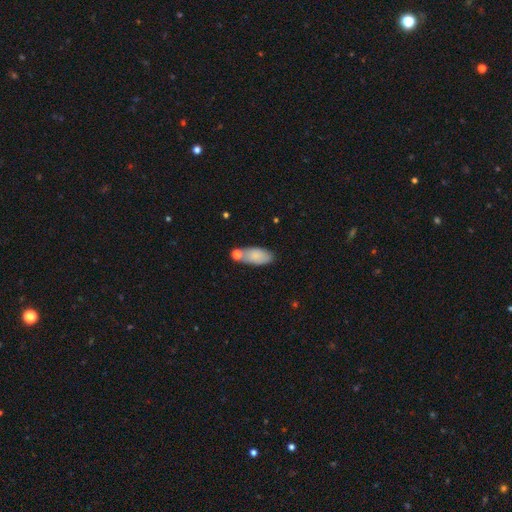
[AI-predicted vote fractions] A smooth galaxy with no disk features (82%) that is in between round and cigar-shaped (88%).

Vote fractions:
- Smooth or featured? smooth: 82% / featured or disk: 11% / star or artifact: 7%
- How rounded? in between: 88% / cigar-shaped: 10% / round: 3%
- Merging? none: 62% / minor disturbance: 18% / merger: 16% / major disturbance: 5%